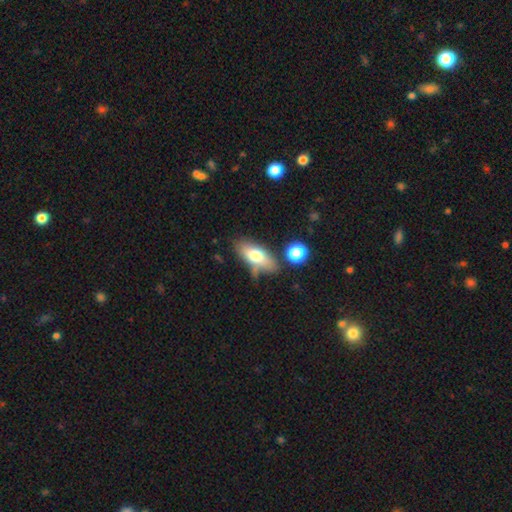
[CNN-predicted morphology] smooth-or-featured: smooth: 71% | featured or disk: 22% | star or artifact: 7%
  how-rounded: in between: 81% | cigar-shaped: 15% | round: 4%
  merging: none: 64% | minor disturbance: 19% | merger: 10% | major disturbance: 6%